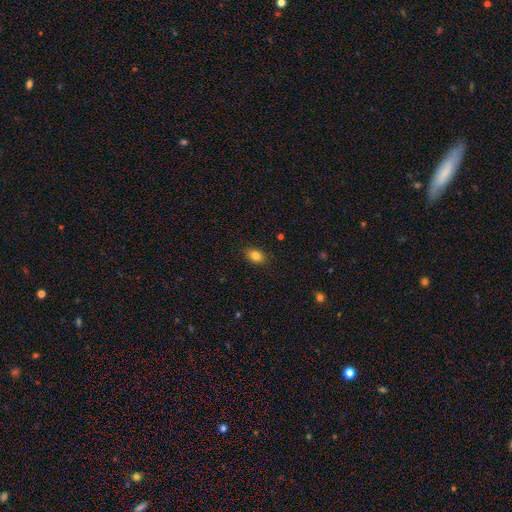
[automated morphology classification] Smooth or featured? Predicted: smooth (p=0.83). How rounded? Predicted: in between (p=0.77). Merging? Predicted: none (p=0.87).